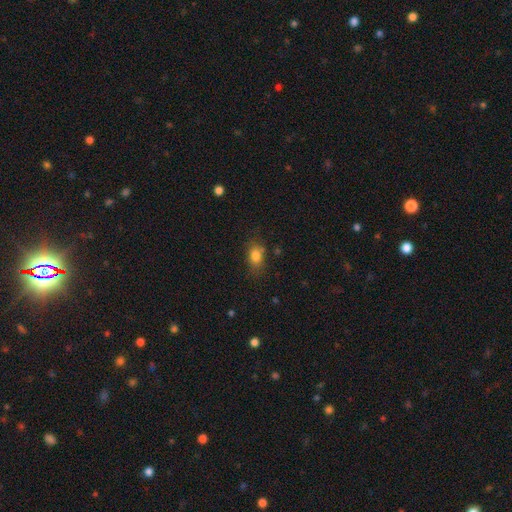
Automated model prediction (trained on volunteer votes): A smooth galaxy with no disk features (81%) that is in between round and cigar-shaped (72%).

Vote fractions:
- Smooth or featured? smooth: 81% / star or artifact: 11% / featured or disk: 8%
- How rounded? in between: 72% / round: 25% / cigar-shaped: 2%
- Merging? none: 68% / minor disturbance: 21% / major disturbance: 7% / merger: 4%